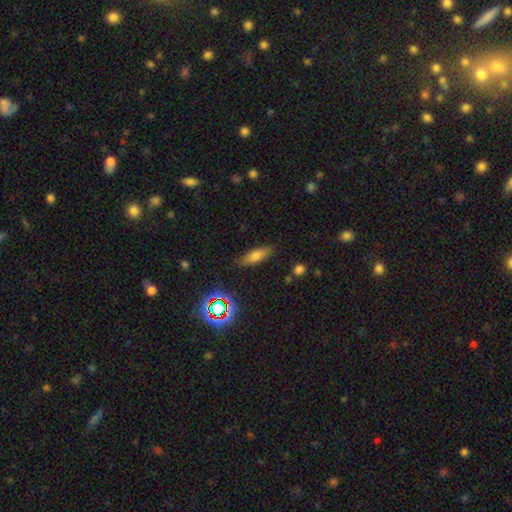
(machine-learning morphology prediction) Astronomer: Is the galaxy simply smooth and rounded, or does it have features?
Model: smooth — 71%.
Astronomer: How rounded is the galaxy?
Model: in between — 59% (runner-up: cigar-shaped, 37%).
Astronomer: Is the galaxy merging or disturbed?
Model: none — 83%.